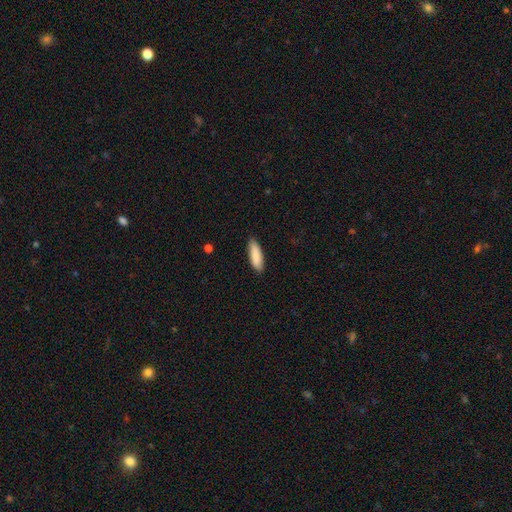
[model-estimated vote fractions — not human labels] This is clearly a smooth galaxy (88%). How rounded: possibly cigar-shaped (53%). Merging: clearly none (88%).